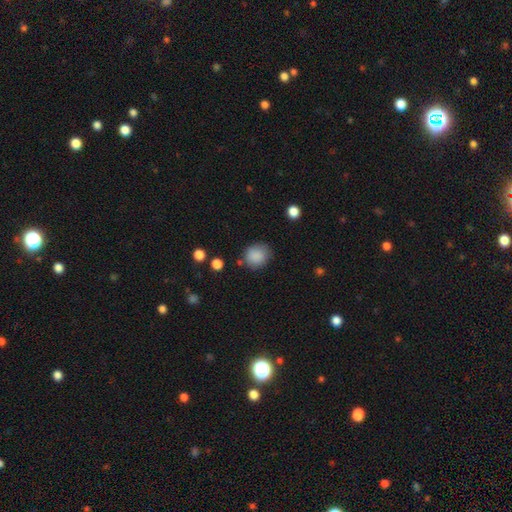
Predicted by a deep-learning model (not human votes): smooth 87%, star or artifact 9%, featured or disk 4%. Down the decision tree: how rounded — round (79%); merging — none (77%).